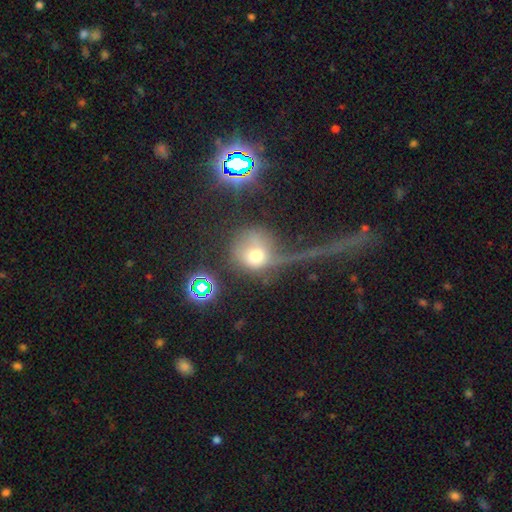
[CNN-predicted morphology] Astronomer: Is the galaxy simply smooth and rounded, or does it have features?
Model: smooth — 56%.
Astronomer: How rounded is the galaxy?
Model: round — 81%.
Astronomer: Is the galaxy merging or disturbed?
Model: major disturbance — 48% (runner-up: none, 26%).